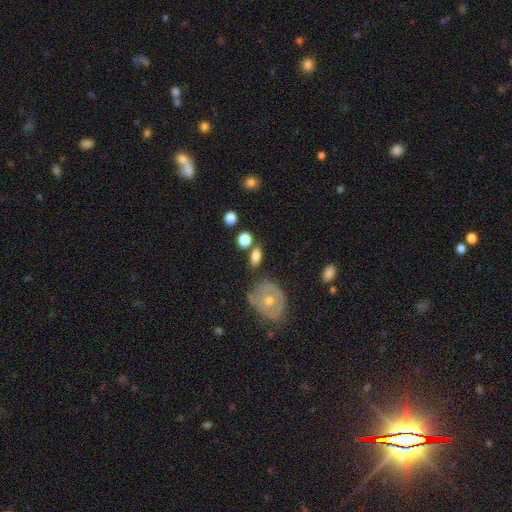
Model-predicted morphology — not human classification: Smooth or featured? Predicted: smooth (p=0.78). How rounded? Predicted: in between (p=0.78). Merging? Predicted: none (p=0.66).